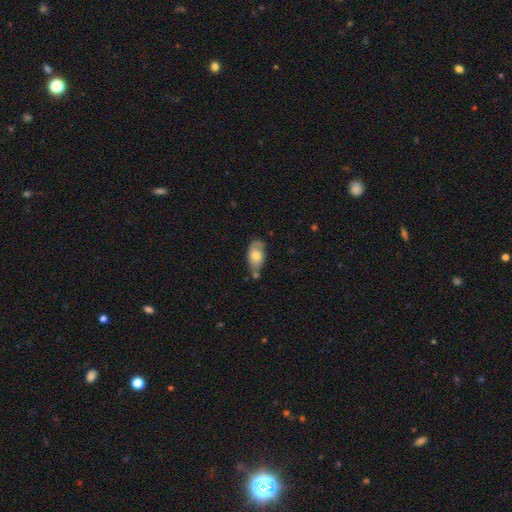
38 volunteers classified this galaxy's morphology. Smooth or featured: smooth — 68% (featured or disk — 24%)
How rounded: in between — 92% (round — 4%)
Merging: minor disturbance — 31% (merger — 29%)